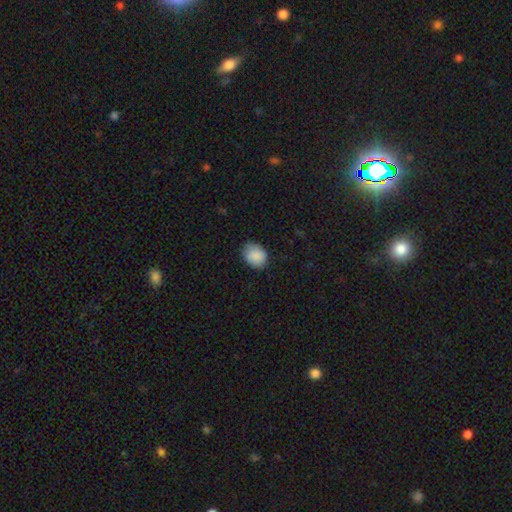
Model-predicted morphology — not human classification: smooth-or-featured: smooth: 88% | star or artifact: 7% | featured or disk: 5%
  how-rounded: in between: 59% | round: 40% | cigar-shaped: 1%
  merging: none: 75% | minor disturbance: 21% | major disturbance: 4% | merger: 1%